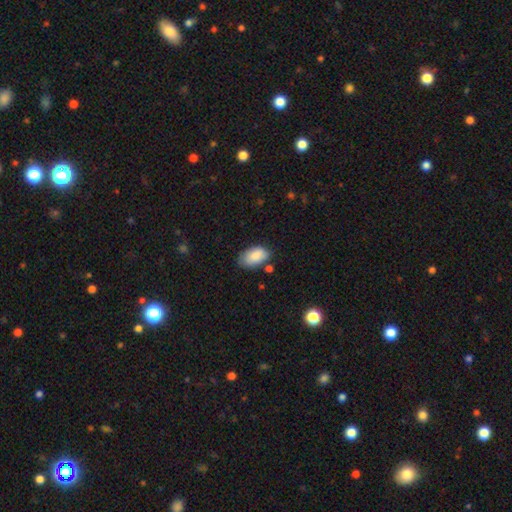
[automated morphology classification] Overall: smooth (87%). How rounded: in between (94%). Merging: none (65%).